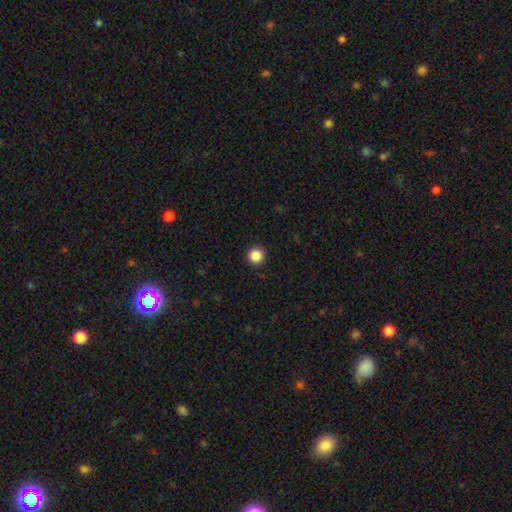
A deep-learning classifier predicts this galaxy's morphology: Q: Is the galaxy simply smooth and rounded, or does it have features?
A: smooth — 86%.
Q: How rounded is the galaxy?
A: round — 96%.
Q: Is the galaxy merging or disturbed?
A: none — 93%.